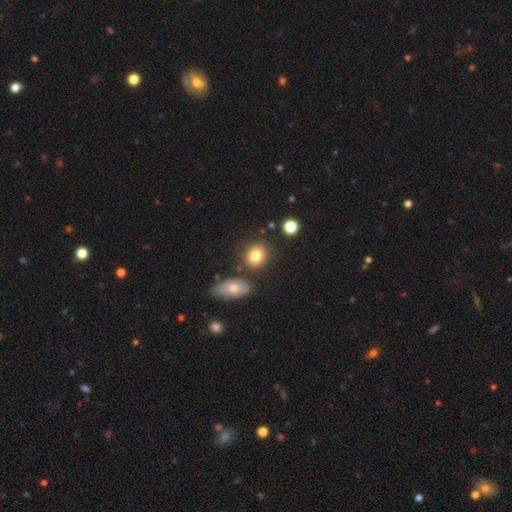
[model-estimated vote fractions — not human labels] smooth-or-featured: smooth: 81% | star or artifact: 10% | featured or disk: 9%
  how-rounded: round: 67% | in between: 32% | cigar-shaped: 2%
  merging: none: 78% | minor disturbance: 10% | merger: 9% | major disturbance: 3%